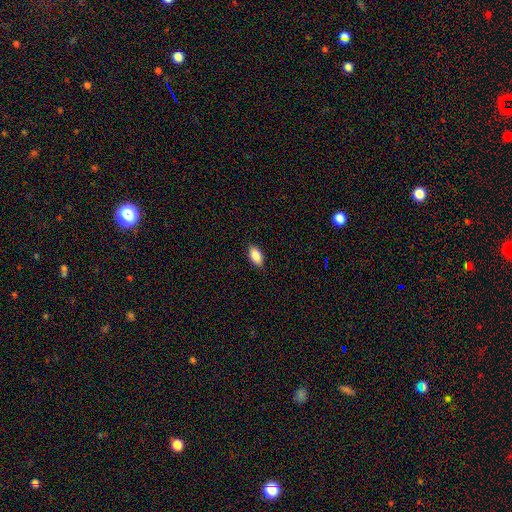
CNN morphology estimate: smooth 87%, star or artifact 7%, featured or disk 6%. Down the decision tree: how rounded — in between (91%); merging — none (86%).